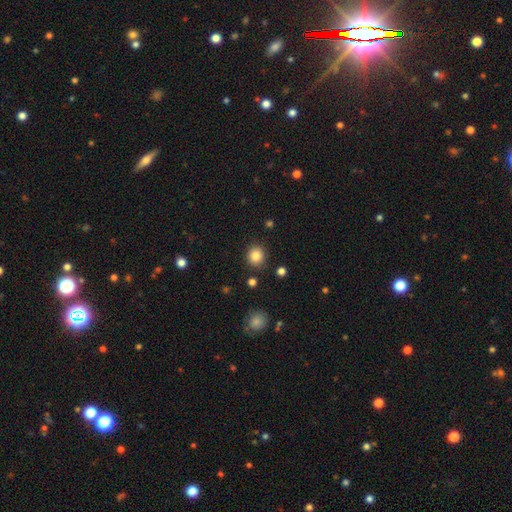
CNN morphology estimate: This is clearly a smooth galaxy (85%). How rounded: clearly round (84%). Merging: clearly none (87%).